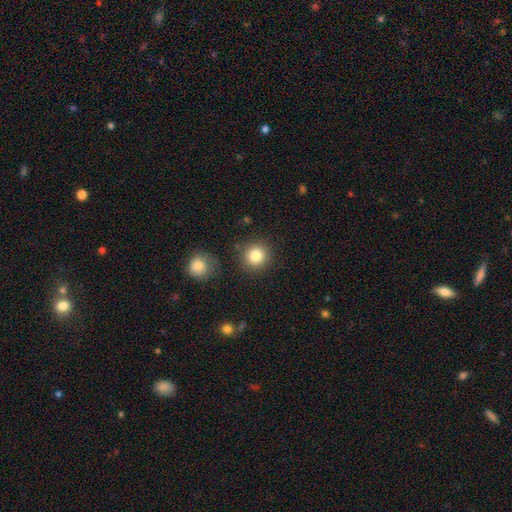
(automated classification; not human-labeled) Morphology: type=smooth (84%); roundness=round (92%); merging=none (85%).